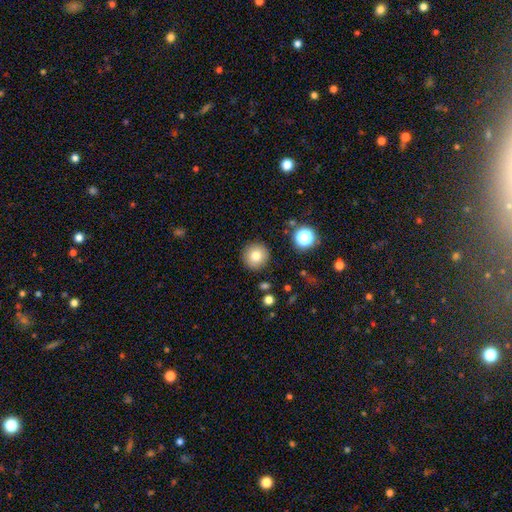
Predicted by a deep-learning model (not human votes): Morphology: type=smooth (79%); roundness=round (95%); merging=none (90%).